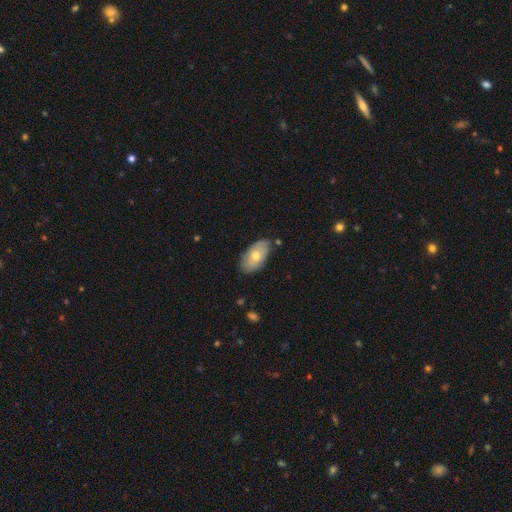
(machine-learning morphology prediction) Smooth or featured: smooth — 66% (featured or disk — 28%)
How rounded: in between — 94% (round — 4%)
Merging: none — 78% (minor disturbance — 17%)